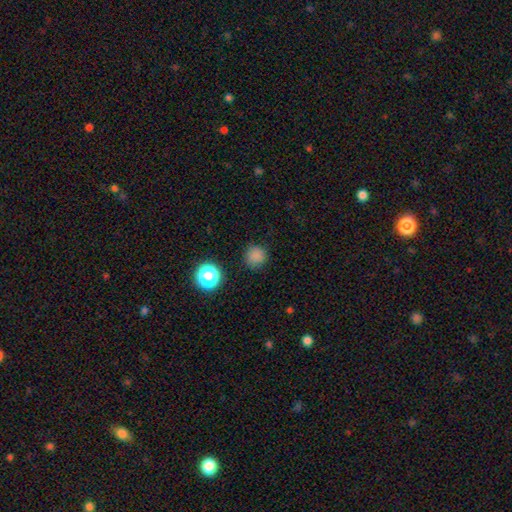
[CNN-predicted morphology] smooth_or_featured: smooth (p=0.80) [alt: star or artifact p=0.16]
how_rounded: round (p=0.92) [alt: in between p=0.07]
merging: none (p=0.85) [alt: minor disturbance p=0.10]